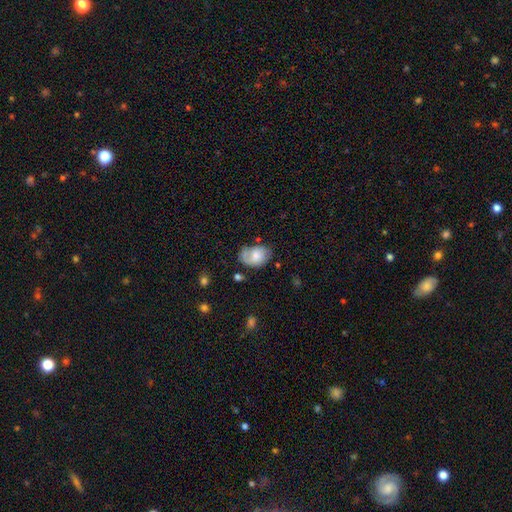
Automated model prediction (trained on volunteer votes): This appears to be a smooth galaxy with no disk features (54%) that is in between round and cigar-shaped (77%). Merging: none (51%).